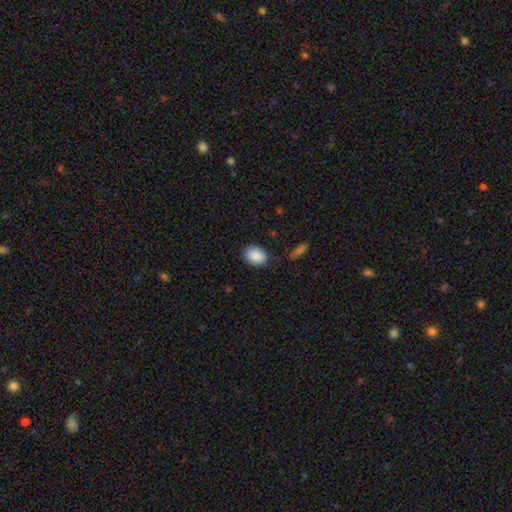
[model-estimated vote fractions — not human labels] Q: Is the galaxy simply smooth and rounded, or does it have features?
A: smooth — 89%.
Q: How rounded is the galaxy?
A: in between — 72%.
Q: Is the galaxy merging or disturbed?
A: none — 79%.